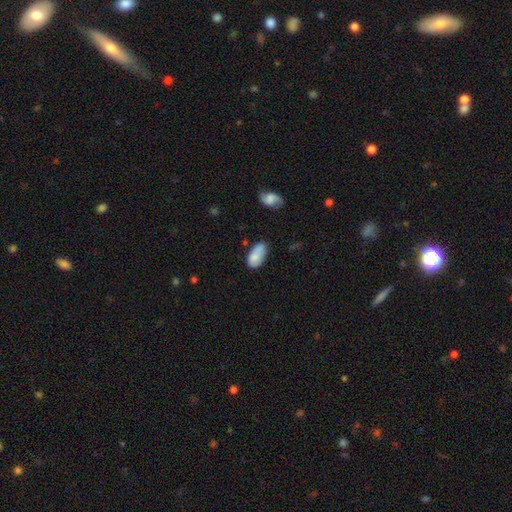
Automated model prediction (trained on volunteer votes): This is clearly a smooth galaxy (81%). How rounded: clearly in between (93%). Merging: possibly none (59%).